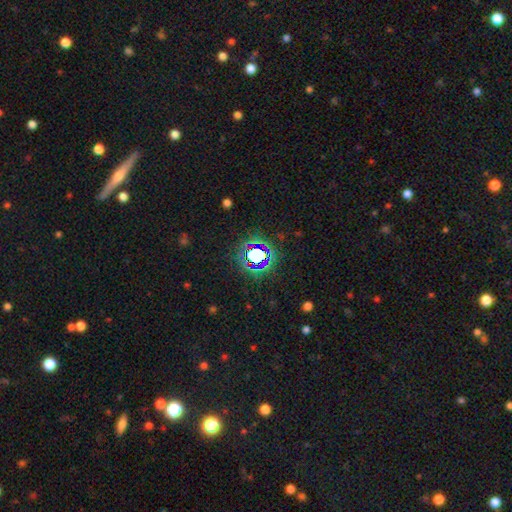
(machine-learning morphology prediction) A star or artifact, not a galaxy (68%).